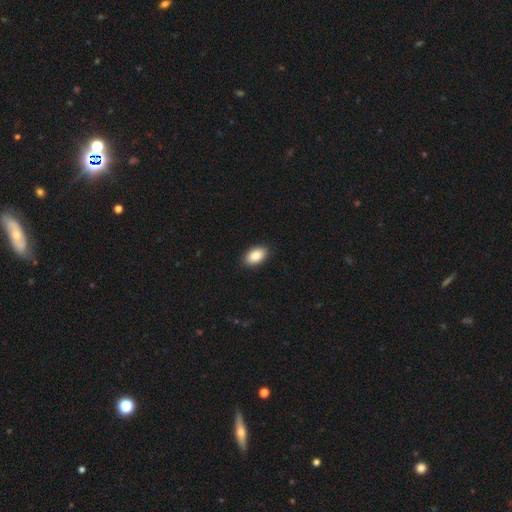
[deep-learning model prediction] A smooth galaxy with no disk features (88%) that is in between round and cigar-shaped (93%).

Vote fractions:
- Smooth or featured? smooth: 88% / star or artifact: 7% / featured or disk: 5%
- How rounded? in between: 93% / round: 5% / cigar-shaped: 2%
- Merging? none: 89% / minor disturbance: 8% / major disturbance: 2% / merger: 1%